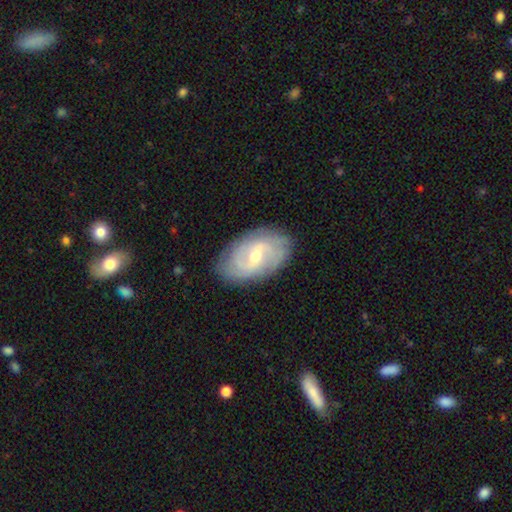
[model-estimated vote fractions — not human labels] featured or disk 79%, smooth 15%, star or artifact 6%. Down the decision tree: edge-on disk — no (95%); bar — weak (57%); spiral arms — yes (89%); spiral arm count — 2 (52%); spiral winding — tight (40%); bulge size — moderate (52%); merging — none (81%).